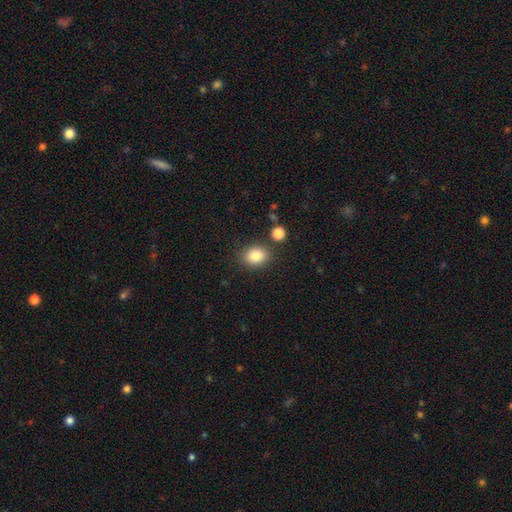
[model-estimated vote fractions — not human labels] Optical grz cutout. It shows a smooth galaxy with no disk features (85%) that is in between round and cigar-shaped (54%). Merging: none (80%).